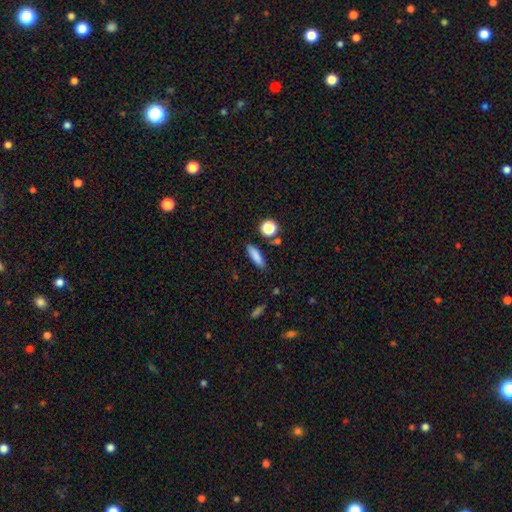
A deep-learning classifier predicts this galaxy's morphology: Smooth or featured? Predicted: smooth (p=0.83). How rounded? Predicted: cigar-shaped (p=0.52). Merging? Predicted: none (p=0.84).